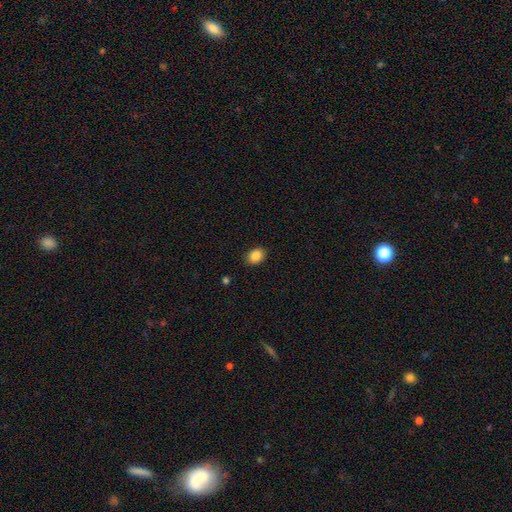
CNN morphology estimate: This is clearly a smooth galaxy (87%). How rounded: likely in between (66%). Merging: clearly none (88%).